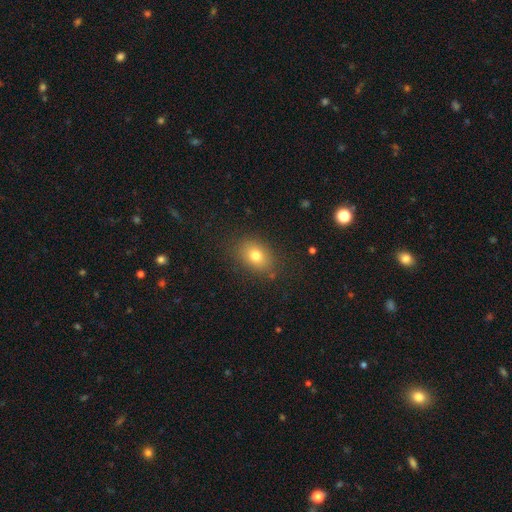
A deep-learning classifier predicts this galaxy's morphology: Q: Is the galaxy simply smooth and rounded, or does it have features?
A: smooth — 76%.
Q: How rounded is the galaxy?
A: in between — 67%.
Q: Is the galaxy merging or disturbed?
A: none — 83%.